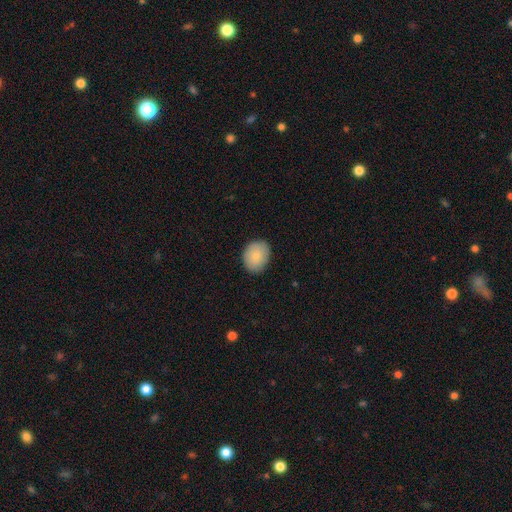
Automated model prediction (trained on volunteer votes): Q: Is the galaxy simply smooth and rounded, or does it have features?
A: smooth — 86%.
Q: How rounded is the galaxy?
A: in between — 53%.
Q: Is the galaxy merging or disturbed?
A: none — 85%.